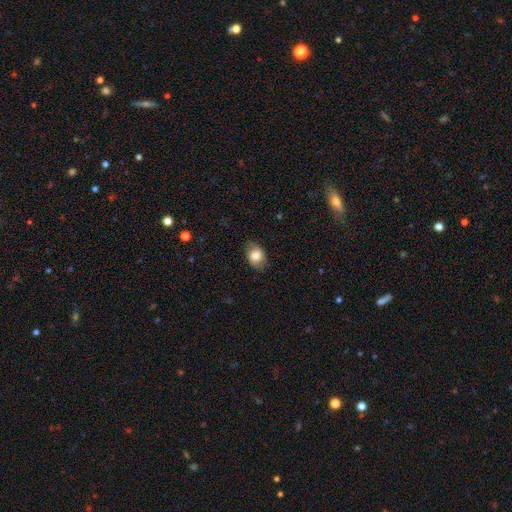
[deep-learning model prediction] smooth_or_featured: smooth (p=0.80) [alt: featured or disk p=0.11]
how_rounded: in between (p=0.65) [alt: round p=0.34]
merging: none (p=0.79) [alt: minor disturbance p=0.16]